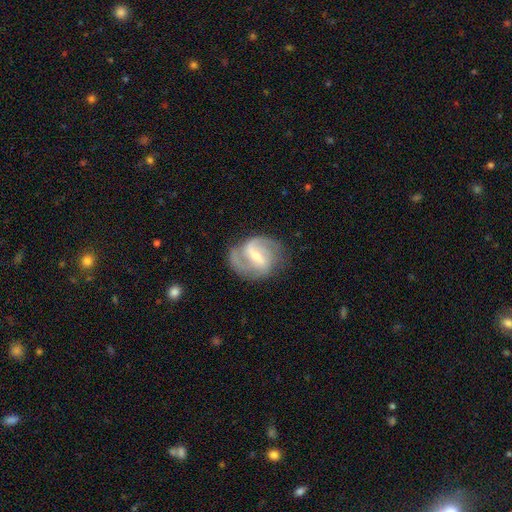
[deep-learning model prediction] Overall: featured or disk (87%). Edge-on disk: no (98%). Bar: weak (47%; strong 41%). Spiral arms: yes (96%). Spiral arm count: 2 (71%). Spiral winding: medium (55%; tight 23%). Bulge size: small (56%; moderate 39%). Merging: none (71%).